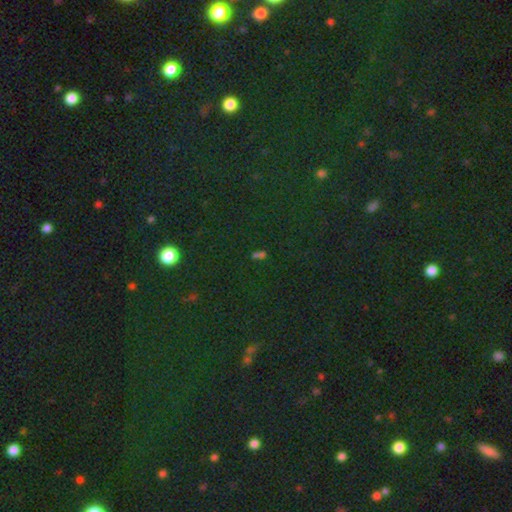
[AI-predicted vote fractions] smooth-or-featured: star or artifact: 62% | smooth: 30% | featured or disk: 9%